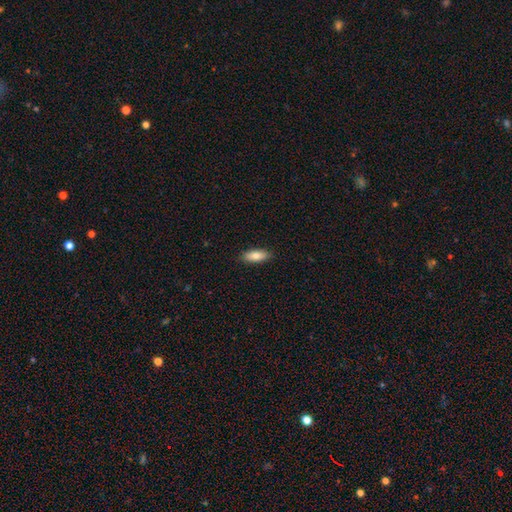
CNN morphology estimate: The model was most divided on "how rounded": in between: 76%, cigar-shaped: 22%, round: 2%. More confident: merging — none (89%); smooth or featured — smooth (81%).